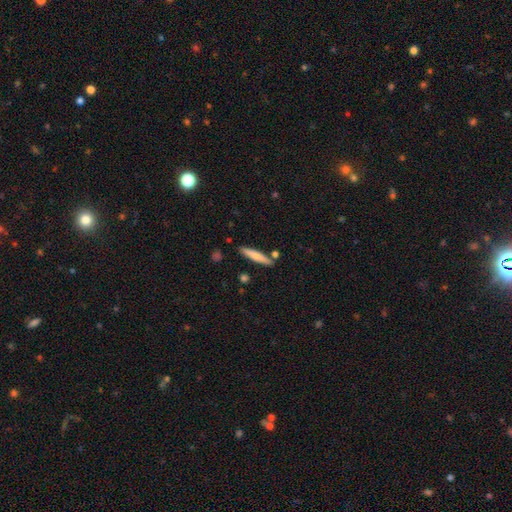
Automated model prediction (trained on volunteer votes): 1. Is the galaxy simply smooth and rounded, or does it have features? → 72% smooth, 22% featured or disk, 6% star or artifact.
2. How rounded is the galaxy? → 91% cigar-shaped, 8% in between, 1% round.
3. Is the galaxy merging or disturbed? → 84% none, 10% minor disturbance, 5% merger, 2% major disturbance.